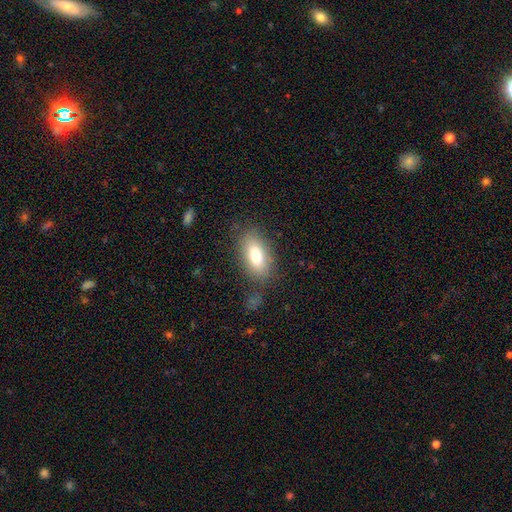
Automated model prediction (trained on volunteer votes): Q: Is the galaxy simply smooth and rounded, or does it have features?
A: smooth — 79%.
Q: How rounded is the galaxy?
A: in between — 85%.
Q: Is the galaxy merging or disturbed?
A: none — 79%.